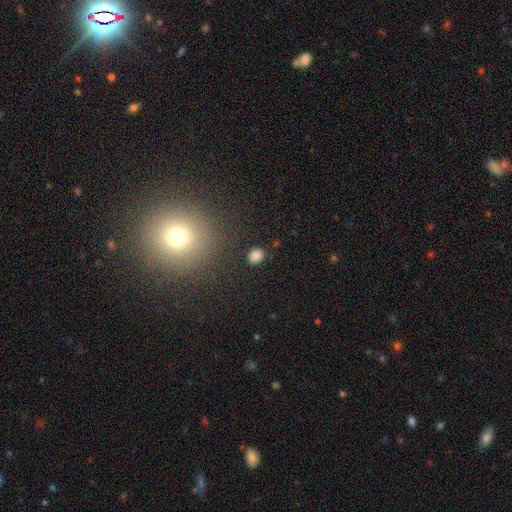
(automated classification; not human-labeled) smooth 83%, star or artifact 12%, featured or disk 5%. Down the decision tree: how rounded — in between (53%); merging — none (86%).